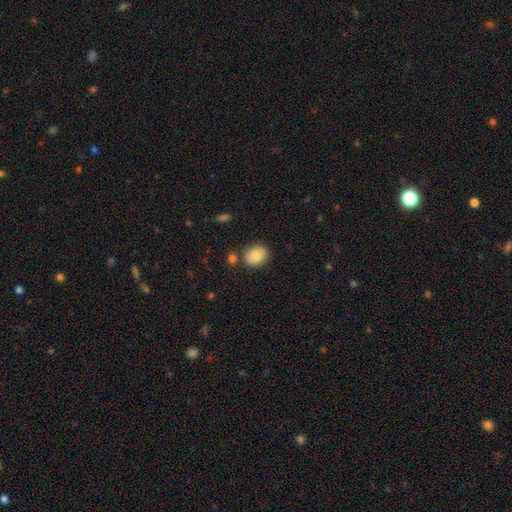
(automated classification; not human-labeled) A smooth galaxy with no disk features (86%) that is round (55%).

Vote fractions:
- Smooth or featured? smooth: 86% / star or artifact: 7% / featured or disk: 6%
- How rounded? round: 55% / in between: 44% / cigar-shaped: 1%
- Merging? none: 79% / minor disturbance: 11% / merger: 6% / major disturbance: 3%